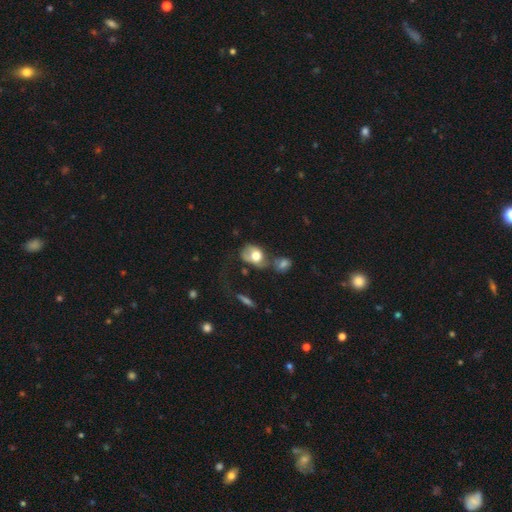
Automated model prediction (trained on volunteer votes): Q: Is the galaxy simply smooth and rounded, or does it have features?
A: smooth — 66%.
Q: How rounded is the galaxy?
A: in between — 65%.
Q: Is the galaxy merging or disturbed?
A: merger — 29%.